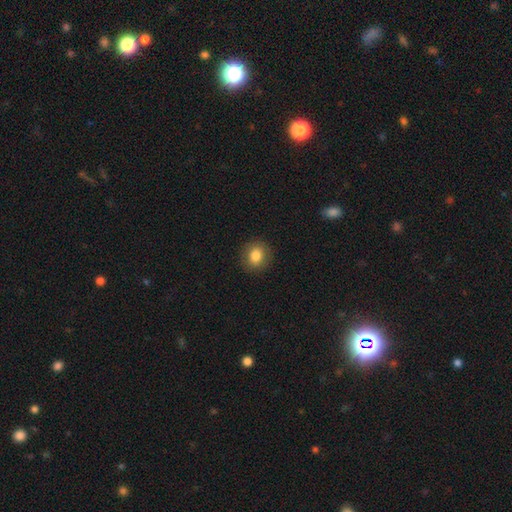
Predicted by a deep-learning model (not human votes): Smooth or featured: smooth — 82% (star or artifact — 9%)
How rounded: round — 77% (in between — 22%)
Merging: none — 89% (minor disturbance — 7%)